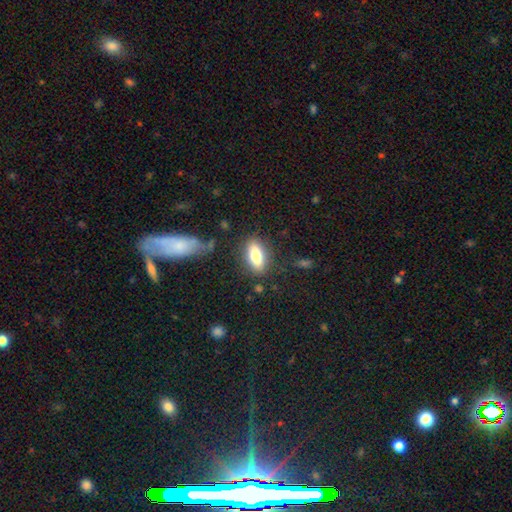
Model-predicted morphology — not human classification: A smooth galaxy with no disk features (73%) that is in between round and cigar-shaped (76%).

Vote fractions:
- Smooth or featured? smooth: 73% / featured or disk: 20% / star or artifact: 7%
- How rounded? in between: 76% / cigar-shaped: 20% / round: 4%
- Merging? none: 81% / minor disturbance: 12% / major disturbance: 4% / merger: 3%